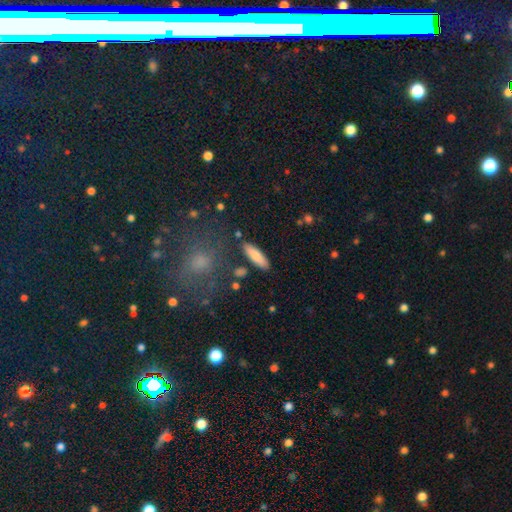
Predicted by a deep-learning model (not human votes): Q: Smooth or featured?
A: smooth (80%); runner-up: featured or disk (14%)
Q: How rounded?
A: cigar-shaped (56%); runner-up: in between (41%)
Q: Merging?
A: none (83%); runner-up: minor disturbance (10%)